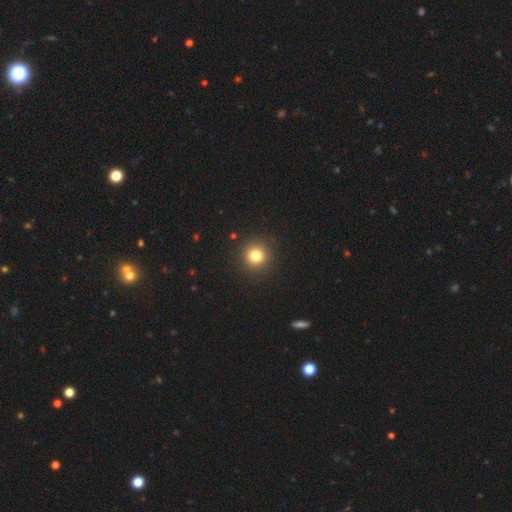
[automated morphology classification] Smooth or featured? smooth (81%)
How rounded? round (93%)
Merging? none (91%)